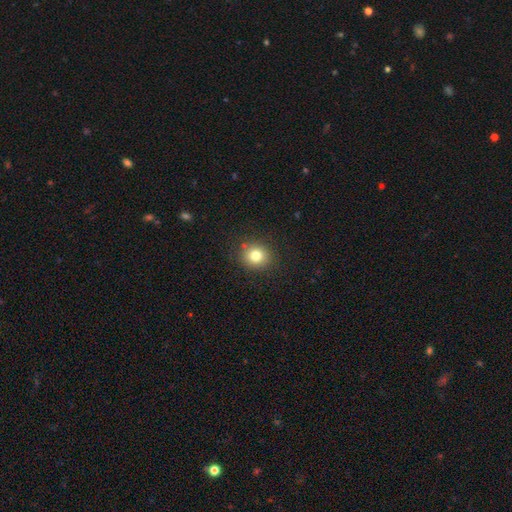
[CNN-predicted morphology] Smooth or featured?
  - smooth: 79% *
  - star or artifact: 13%
  - featured or disk: 9%
How rounded?
  - round: 84% *
  - in between: 15%
  - cigar-shaped: 1%
Merging?
  - none: 88% *
  - minor disturbance: 8%
  - major disturbance: 3%
  - merger: 2%